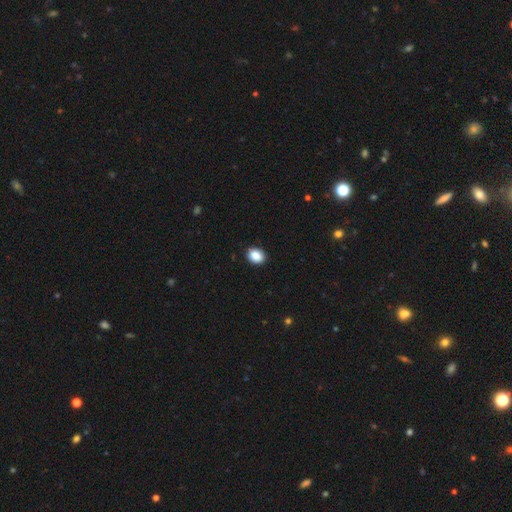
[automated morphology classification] This appears to be a smooth galaxy with no disk features (88%) that is in between round and cigar-shaped (56%). Merging: none (90%).